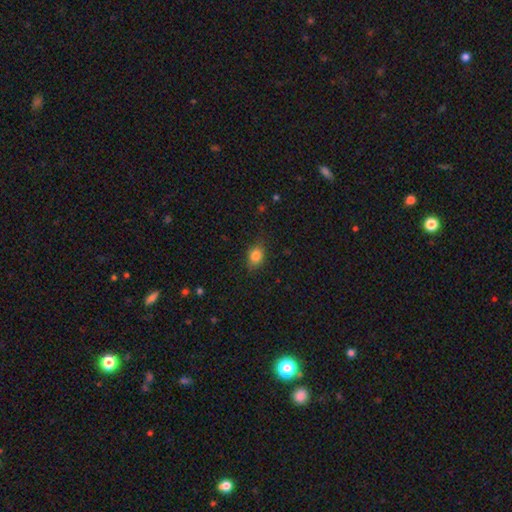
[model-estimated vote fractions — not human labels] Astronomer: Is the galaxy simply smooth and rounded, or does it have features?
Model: smooth — 83%.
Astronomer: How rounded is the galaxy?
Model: in between — 56% (runner-up: round, 43%).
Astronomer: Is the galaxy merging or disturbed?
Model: none — 80%.